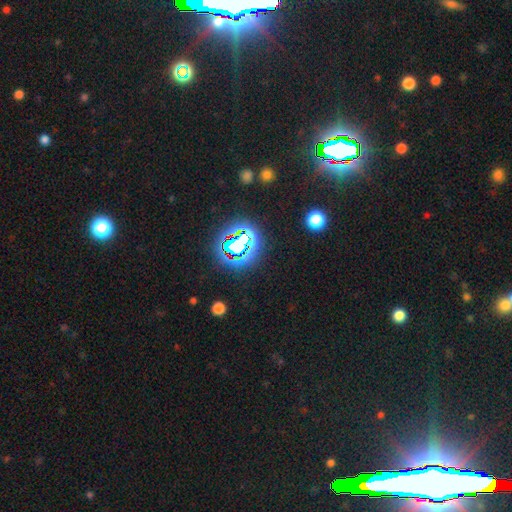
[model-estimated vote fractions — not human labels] This appears to be a star or artifact, not a galaxy (80%).